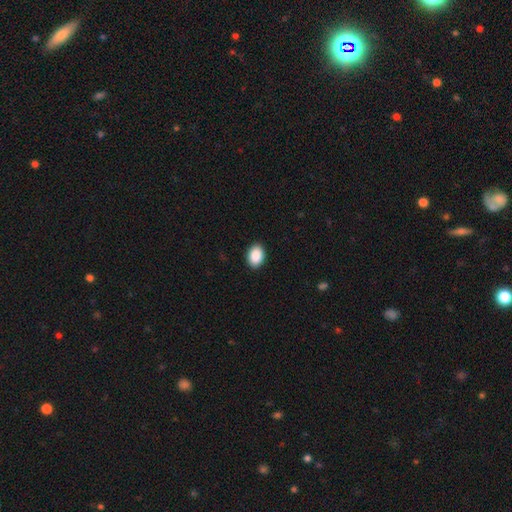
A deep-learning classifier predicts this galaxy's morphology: A smooth galaxy with no disk features (90%) that is in between round and cigar-shaped (84%).

Vote fractions:
- Smooth or featured? smooth: 90% / star or artifact: 7% / featured or disk: 3%
- How rounded? in between: 84% / round: 15% / cigar-shaped: 1%
- Merging? none: 91% / minor disturbance: 7% / major disturbance: 2% / merger: 1%